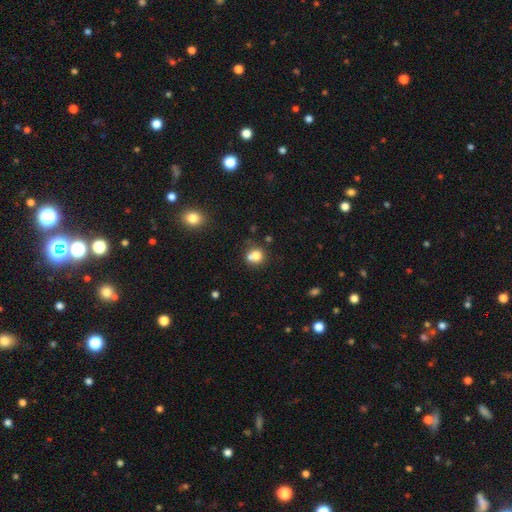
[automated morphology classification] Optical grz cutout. It shows a smooth galaxy with no disk features (76%) that is round (76%). Merging: none (47%).